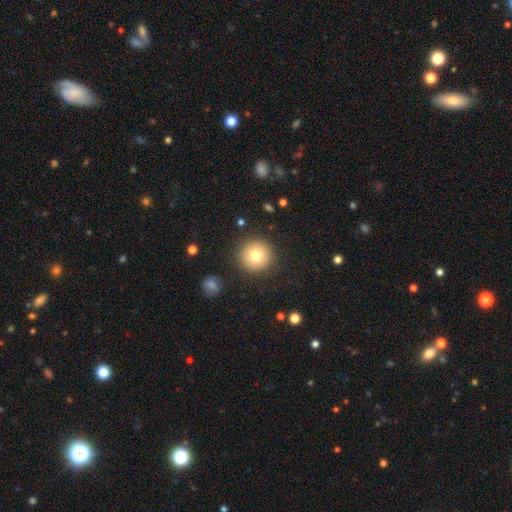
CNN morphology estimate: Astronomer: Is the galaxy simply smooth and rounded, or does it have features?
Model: smooth — 77%.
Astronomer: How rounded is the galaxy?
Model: round — 96%.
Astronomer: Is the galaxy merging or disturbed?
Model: none — 89%.